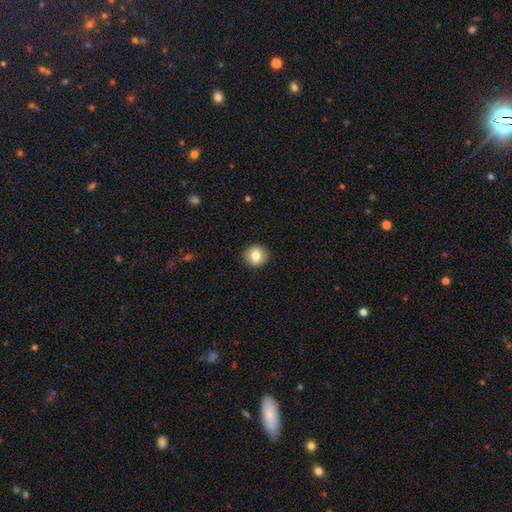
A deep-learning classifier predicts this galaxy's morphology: Smooth or featured? Predicted: smooth (p=0.77). How rounded? Predicted: round (p=0.89). Merging? Predicted: none (p=0.92).